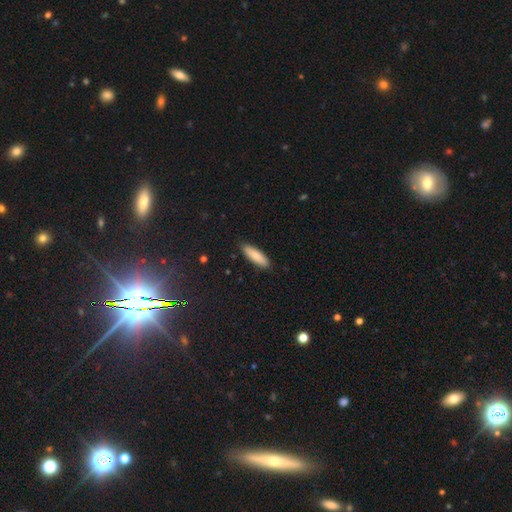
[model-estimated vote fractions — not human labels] Smooth or featured: smooth — 86% (featured or disk — 9%)
How rounded: cigar-shaped — 58% (in between — 40%)
Merging: none — 89% (minor disturbance — 8%)